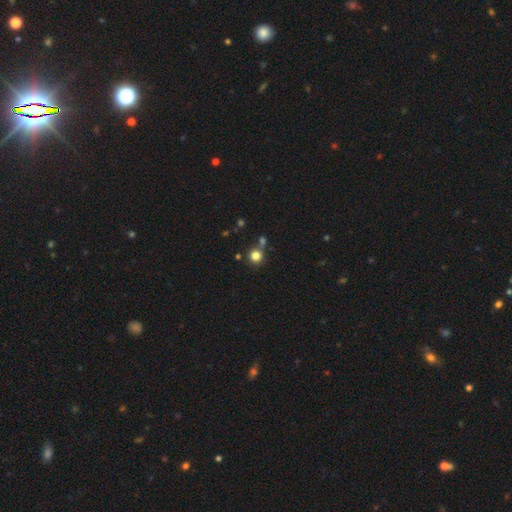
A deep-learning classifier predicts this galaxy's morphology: smooth_or_featured: smooth (p=0.81) [alt: star or artifact p=0.13]
how_rounded: round (p=0.93) [alt: in between p=0.07]
merging: none (p=0.72) [alt: merger p=0.16]